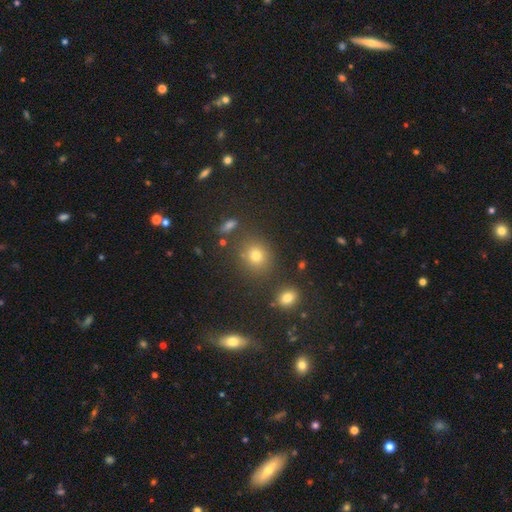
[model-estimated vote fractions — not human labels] smooth-or-featured: smooth: 70% | star or artifact: 20% | featured or disk: 10%
  how-rounded: round: 76% | in between: 23% | cigar-shaped: 2%
  merging: none: 80% | minor disturbance: 10% | merger: 7% | major disturbance: 4%